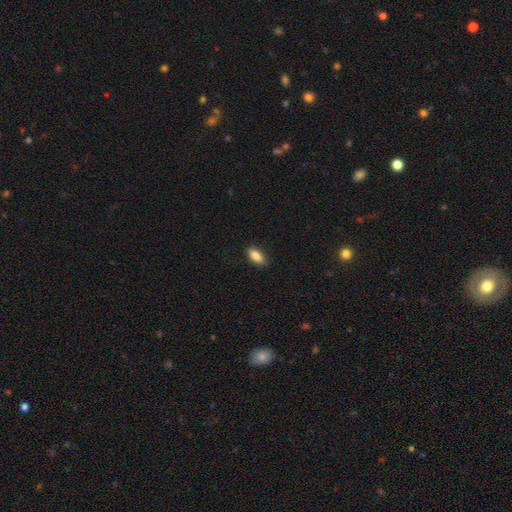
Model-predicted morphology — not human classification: Smooth or featured? Predicted: smooth (p=0.87). How rounded? Predicted: in between (p=0.85). Merging? Predicted: none (p=0.87).